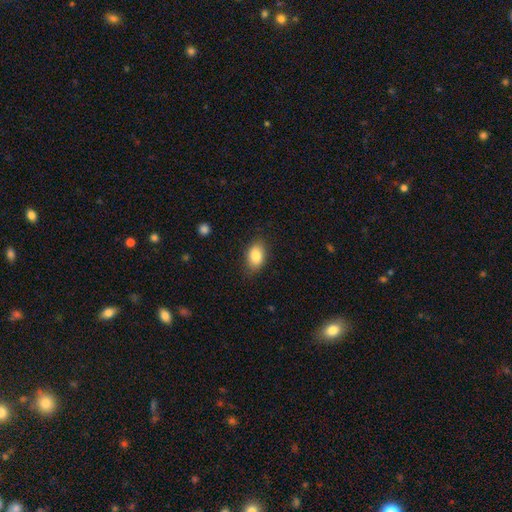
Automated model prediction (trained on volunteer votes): smooth 85%, featured or disk 8%, star or artifact 8%. Down the decision tree: how rounded — in between (85%); merging — none (80%).